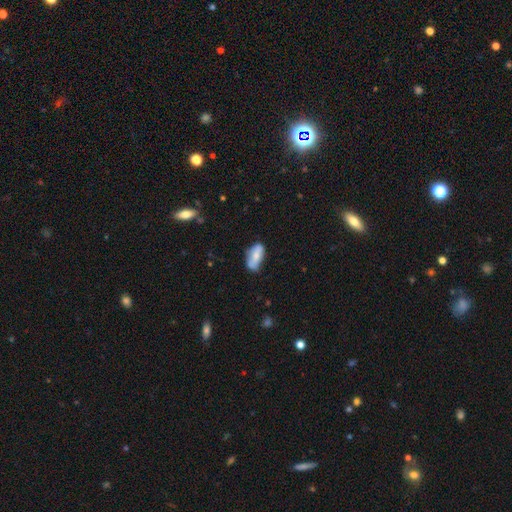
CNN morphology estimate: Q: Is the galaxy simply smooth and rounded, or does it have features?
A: smooth — 67%.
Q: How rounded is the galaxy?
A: in between — 84%.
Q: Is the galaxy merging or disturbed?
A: none — 58%.